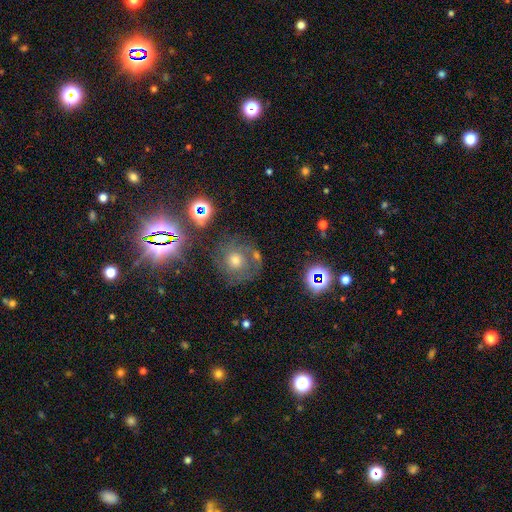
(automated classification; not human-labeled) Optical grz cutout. It shows a featured or disk galaxy (42%). Merging: none (67%).